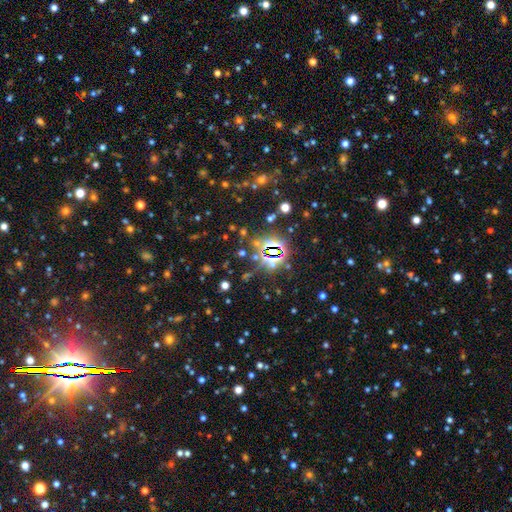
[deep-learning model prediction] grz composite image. It shows a star or artifact, not a galaxy (78%).